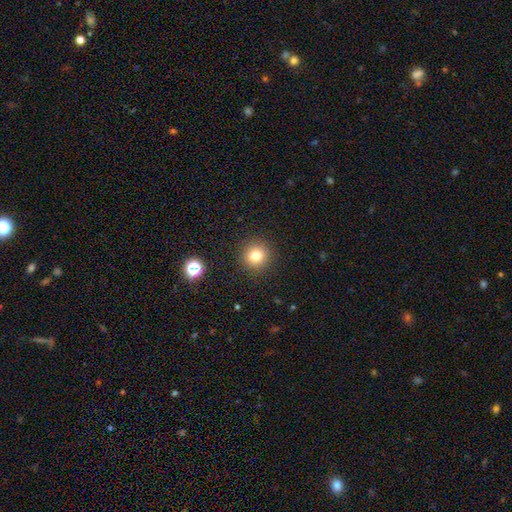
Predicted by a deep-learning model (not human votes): Q: Smooth or featured?
A: smooth (79%); runner-up: star or artifact (13%)
Q: How rounded?
A: round (93%); runner-up: in between (6%)
Q: Merging?
A: none (90%); runner-up: minor disturbance (6%)